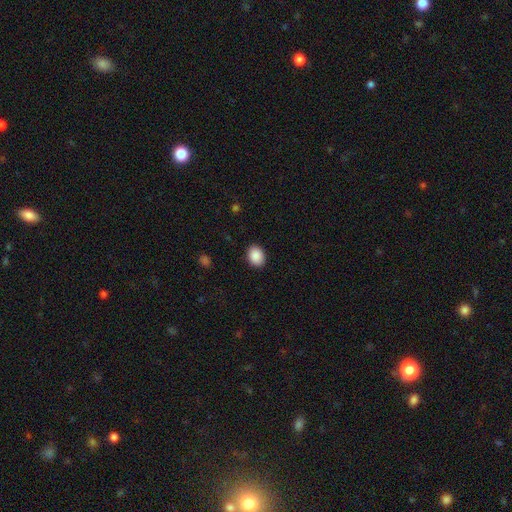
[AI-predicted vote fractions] A smooth galaxy with no disk features (89%) that is in between round and cigar-shaped (65%). Merging: none (89%).